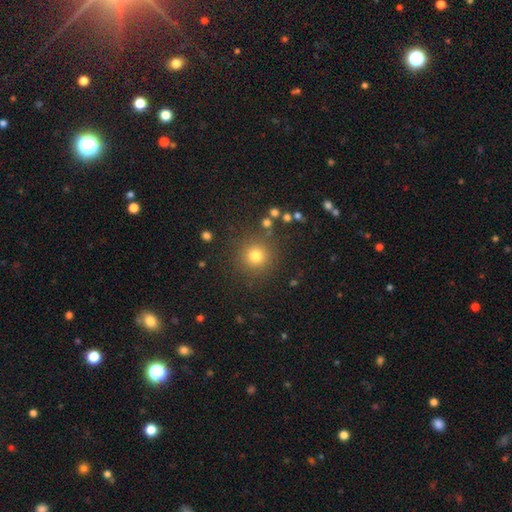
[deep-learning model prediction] Overall: smooth (77%). How rounded: round (95%). Merging: none (86%).